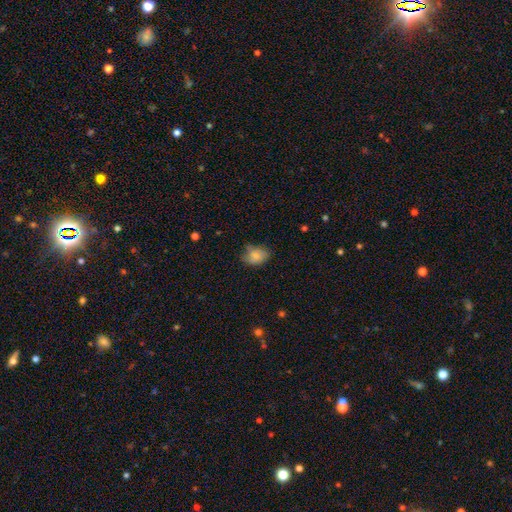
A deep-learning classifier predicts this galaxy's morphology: type=smooth (81%); roundness=in between (67%); merging=none (60%).